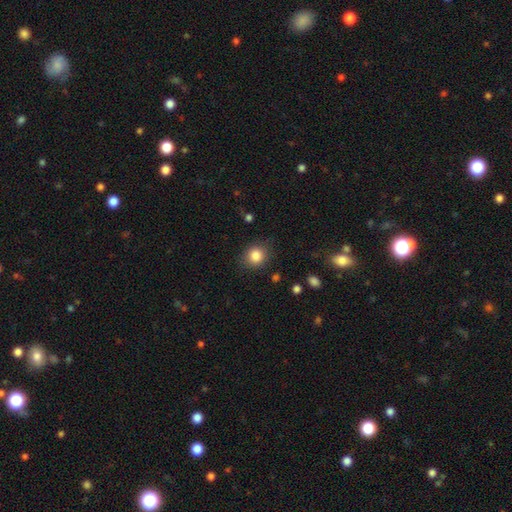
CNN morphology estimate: smooth 85%, star or artifact 10%, featured or disk 5%. Down the decision tree: how rounded — round (76%); merging — none (84%).